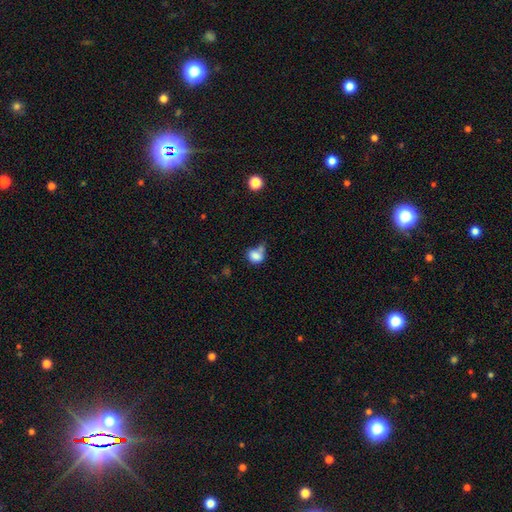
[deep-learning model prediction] Smooth or featured?
  - smooth: 79% *
  - featured or disk: 11%
  - star or artifact: 11%
How rounded?
  - round: 51% *
  - in between: 48%
  - cigar-shaped: 1%
Merging?
  - none: 31% *
  - minor disturbance: 27%
  - merger: 22%
  - major disturbance: 20%